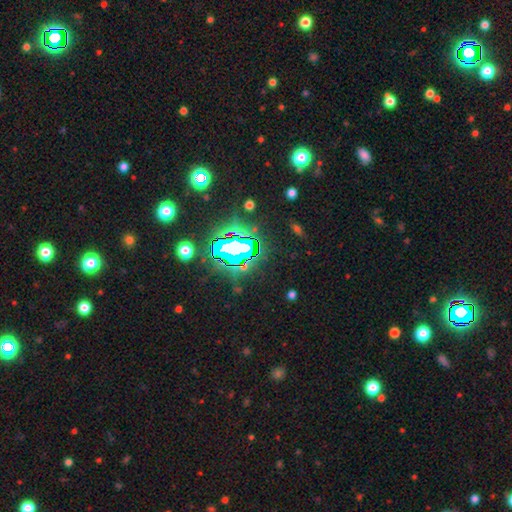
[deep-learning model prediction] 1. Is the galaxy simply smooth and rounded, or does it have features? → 80% star or artifact, 11% smooth, 9% featured or disk.